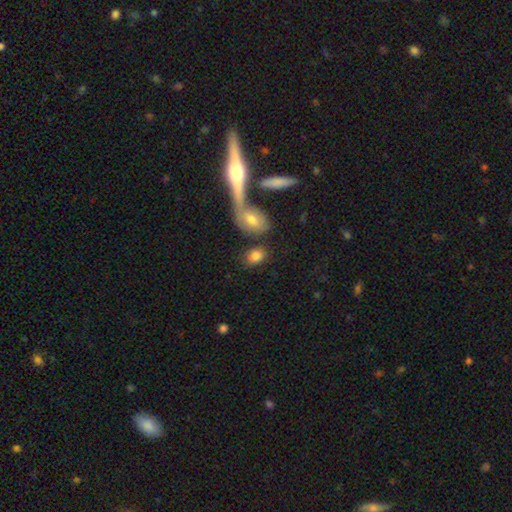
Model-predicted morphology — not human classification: Smooth or featured?
  - smooth: 81% *
  - featured or disk: 11%
  - star or artifact: 8%
How rounded?
  - in between: 75% *
  - round: 22%
  - cigar-shaped: 3%
Merging?
  - none: 63% *
  - merger: 18%
  - minor disturbance: 13%
  - major disturbance: 6%